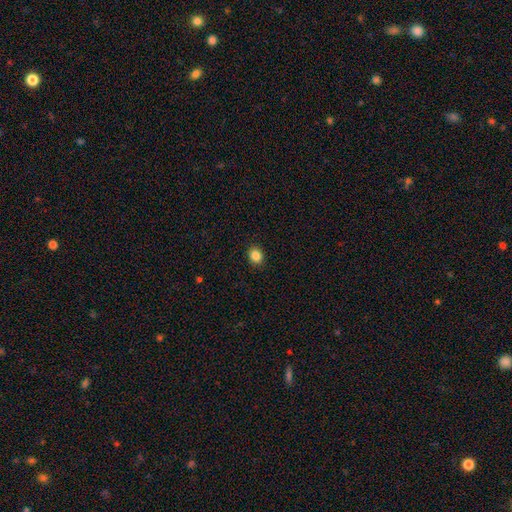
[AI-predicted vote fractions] Q: Smooth or featured?
A: smooth (86%); runner-up: star or artifact (10%)
Q: How rounded?
A: round (57%); runner-up: in between (42%)
Q: Merging?
A: none (91%); runner-up: minor disturbance (6%)